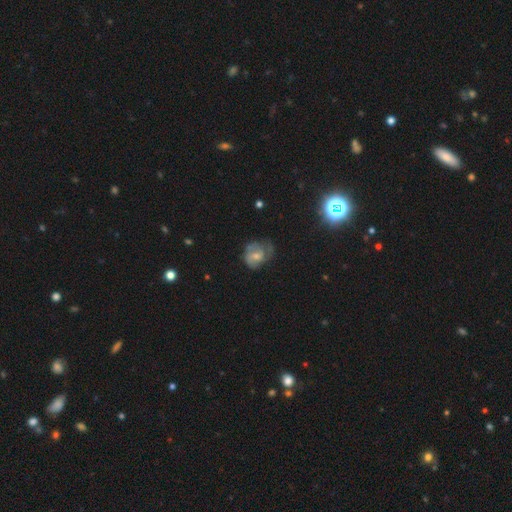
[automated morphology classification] Smooth or featured: featured or disk — 61% (smooth — 30%)
Edge-on disk: no — 98% (yes — 2%)
Bar: no — 59% (weak — 36%)
Spiral arms: yes — 82% (no — 18%)
Bulge size: moderate — 47% (small — 43%)
Merging: none — 49% (minor disturbance — 29%)